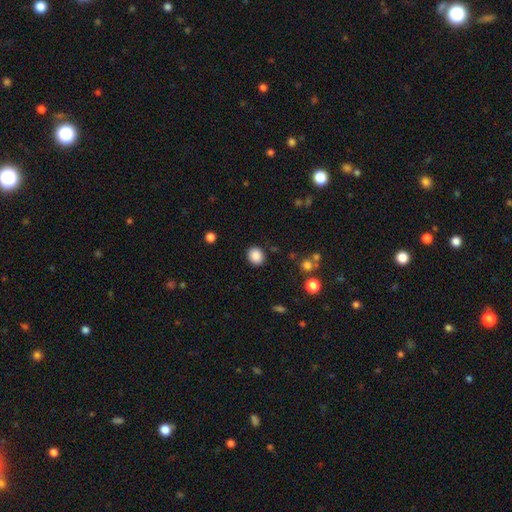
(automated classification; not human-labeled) Overall: smooth (86%). How rounded: round (70%). Merging: none (89%).